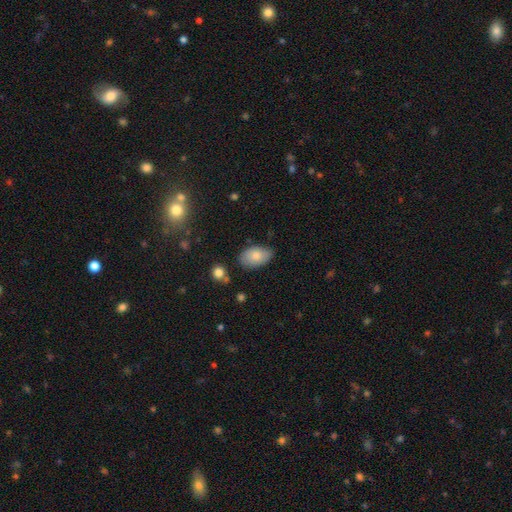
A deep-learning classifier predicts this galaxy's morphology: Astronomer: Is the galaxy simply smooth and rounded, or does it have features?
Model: smooth — 81%.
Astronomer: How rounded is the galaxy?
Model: in between — 92%.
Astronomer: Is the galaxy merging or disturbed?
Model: none — 75%.